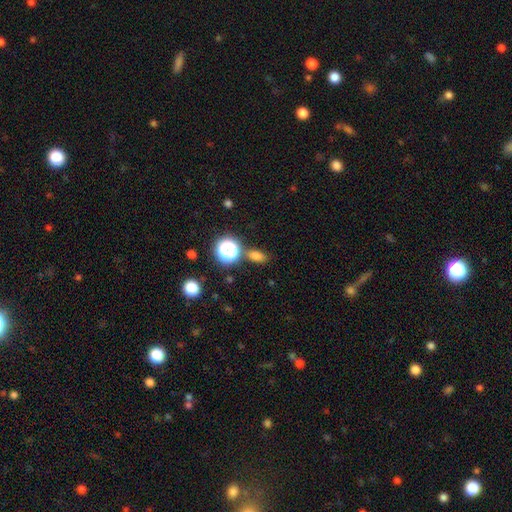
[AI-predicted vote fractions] Morphology: type=smooth (73%); roundness=in between (71%); merging=none (75%).